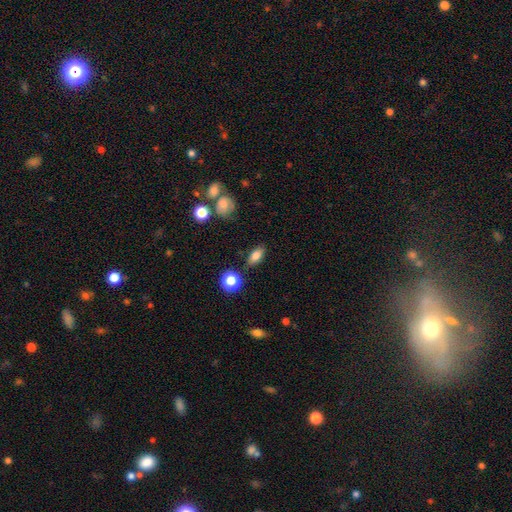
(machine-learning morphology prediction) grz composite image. It shows a smooth galaxy with no disk features (79%) that is in between round and cigar-shaped (81%). Merging: none (84%).